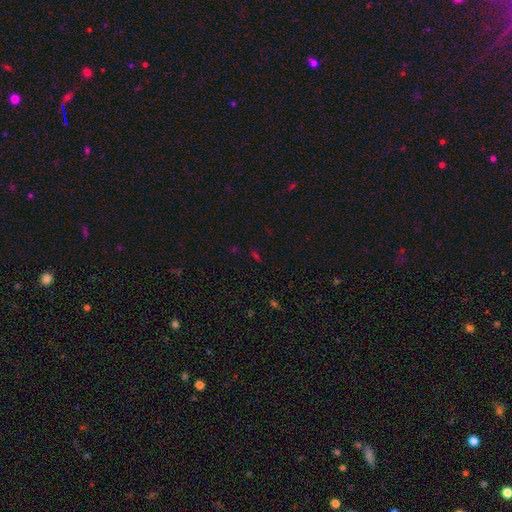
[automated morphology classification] This appears to be a star or artifact, not a galaxy (57%).